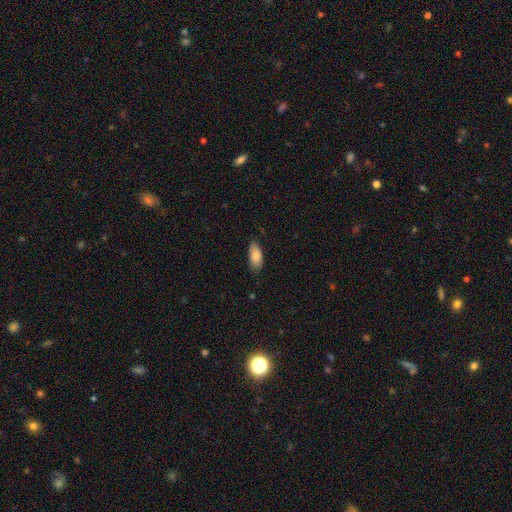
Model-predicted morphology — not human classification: Smooth or featured? Predicted: smooth (p=0.86). How rounded? Predicted: in between (p=0.88). Merging? Predicted: none (p=0.82).